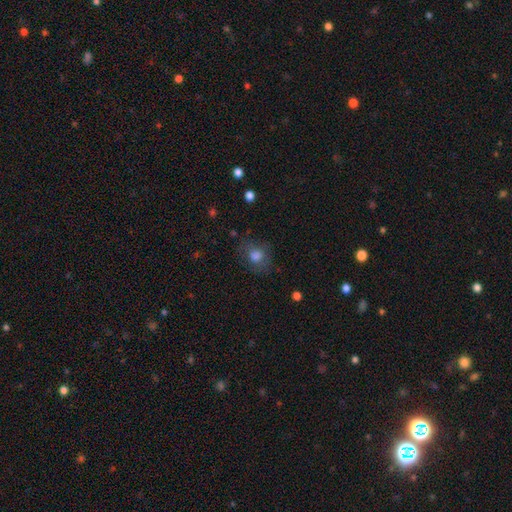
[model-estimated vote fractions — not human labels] Overall: smooth (71%). How rounded: round (61%; in between 37%). Merging: none (67%).